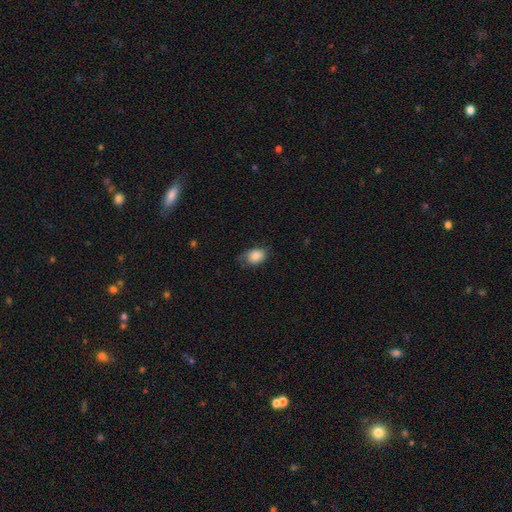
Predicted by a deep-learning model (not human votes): A smooth galaxy with no disk features (84%) that is in between round and cigar-shaped (77%). Merging: none (56%).